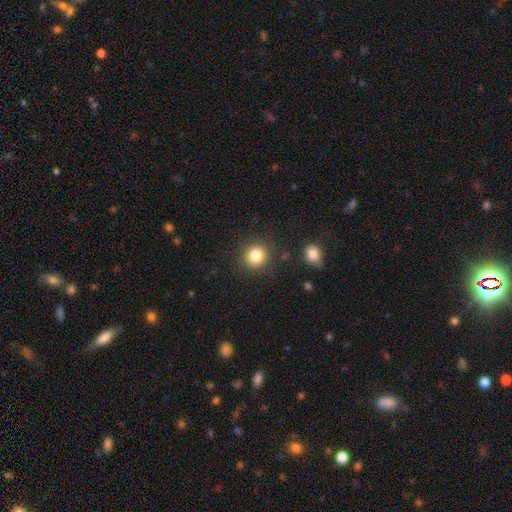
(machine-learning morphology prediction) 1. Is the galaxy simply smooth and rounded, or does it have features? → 83% smooth, 11% star or artifact, 6% featured or disk.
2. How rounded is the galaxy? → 87% round, 12% in between, 1% cigar-shaped.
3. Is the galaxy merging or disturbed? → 87% none, 8% minor disturbance, 3% major disturbance, 2% merger.